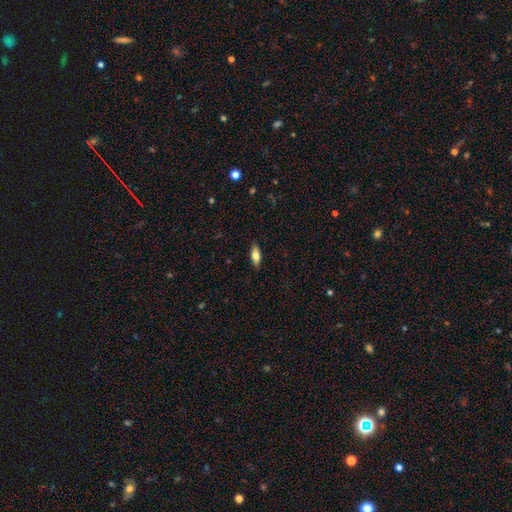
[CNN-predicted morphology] This appears to be a smooth galaxy with no disk features (64%) that is in between round and cigar-shaped (69%). Merging: none (87%).